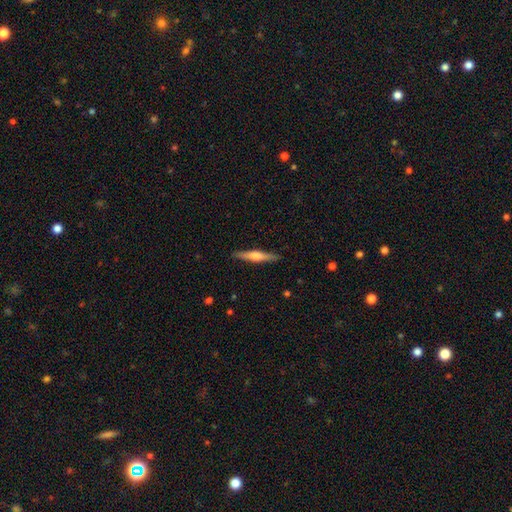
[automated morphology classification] Q: Smooth or featured?
A: featured or disk (56%); runner-up: smooth (38%)
Q: Edge-on disk?
A: yes (97%); runner-up: no (3%)
Q: Edge-on bulge?
A: rounded (85%); runner-up: none (8%)
Q: Merging?
A: none (90%); runner-up: minor disturbance (7%)